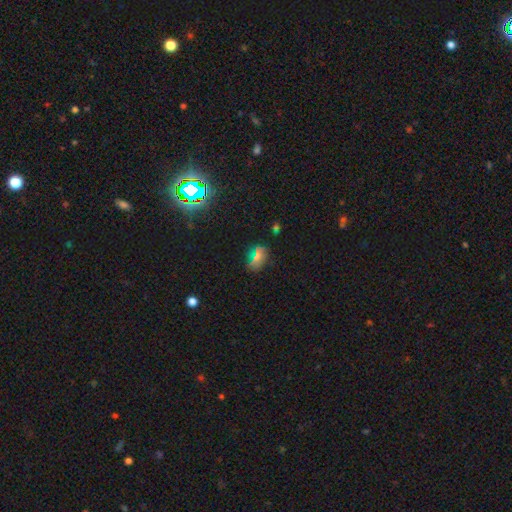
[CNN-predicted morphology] type=smooth (54%); roundness=in between (73%); merging=none (75%).